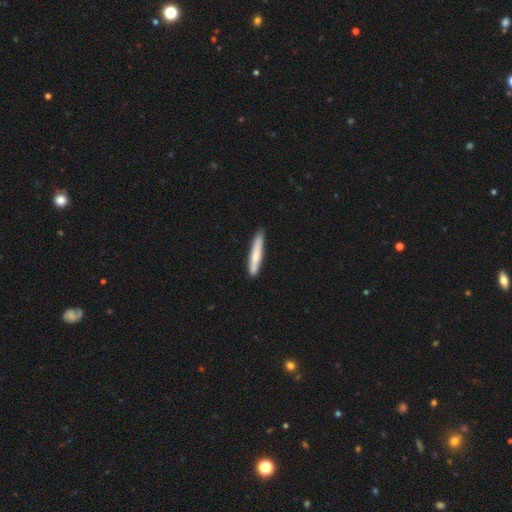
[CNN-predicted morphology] A smooth galaxy with no disk features (71%) that is cigar-shaped (94%).

Vote fractions:
- Smooth or featured? smooth: 71% / featured or disk: 24% / star or artifact: 5%
- How rounded? cigar-shaped: 94% / in between: 5% / round: 1%
- Merging? none: 84% / minor disturbance: 12% / merger: 2% / major disturbance: 2%